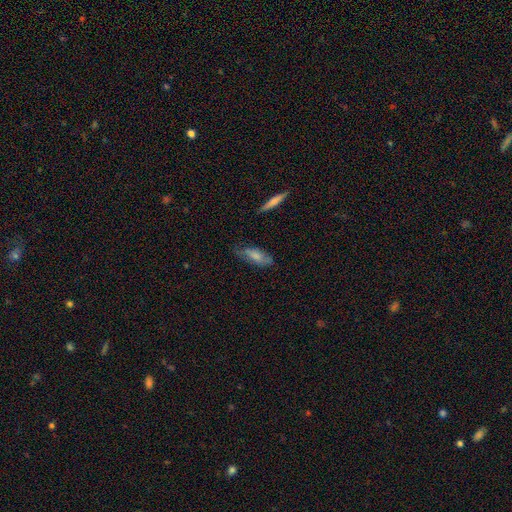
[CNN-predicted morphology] Smooth or featured?
  - smooth: 69% *
  - featured or disk: 24%
  - star or artifact: 7%
How rounded?
  - in between: 69% *
  - cigar-shaped: 28%
  - round: 2%
Merging?
  - none: 60% *
  - minor disturbance: 30%
  - major disturbance: 8%
  - merger: 2%